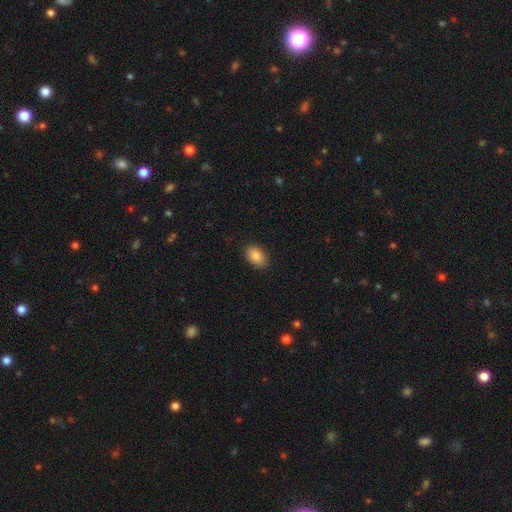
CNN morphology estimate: Smooth or featured?
  - smooth: 86% *
  - star or artifact: 8%
  - featured or disk: 6%
How rounded?
  - in between: 89% *
  - round: 10%
  - cigar-shaped: 1%
Merging?
  - none: 87% *
  - minor disturbance: 10%
  - major disturbance: 2%
  - merger: 1%